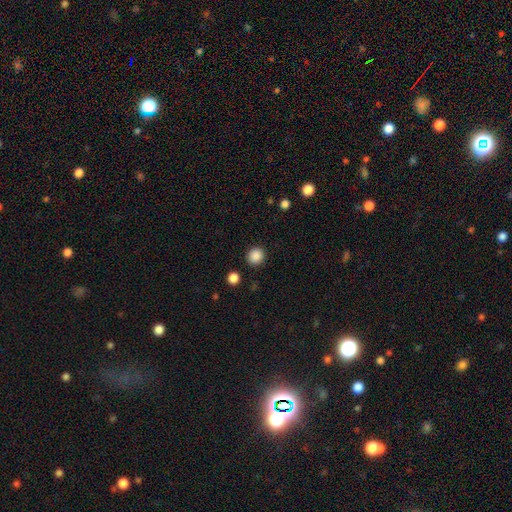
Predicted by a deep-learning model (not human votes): This appears to be a smooth galaxy with no disk features (88%) that is round (88%). Merging: none (90%).